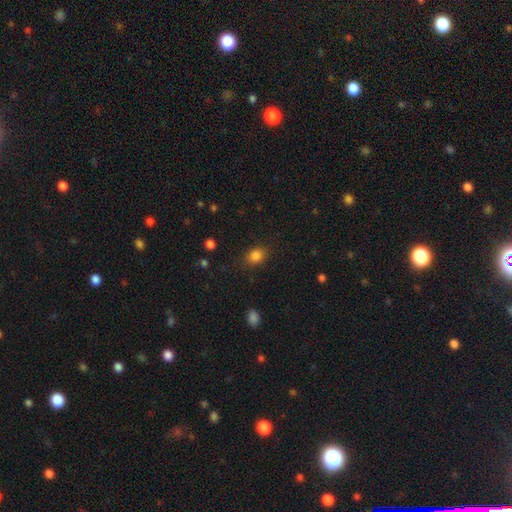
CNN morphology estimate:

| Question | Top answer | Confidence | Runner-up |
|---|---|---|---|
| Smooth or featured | smooth | 84% | star or artifact (11%) |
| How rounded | in between | 61% | round (38%) |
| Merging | none | 83% | minor disturbance (12%) |